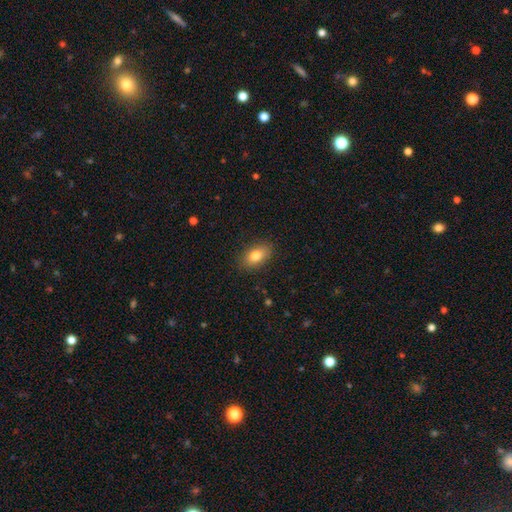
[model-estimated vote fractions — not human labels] A smooth galaxy with no disk features (80%) that is in between round and cigar-shaped (87%).

Vote fractions:
- Smooth or featured? smooth: 80% / featured or disk: 12% / star or artifact: 9%
- How rounded? in between: 87% / round: 11% / cigar-shaped: 2%
- Merging? none: 87% / minor disturbance: 9% / major disturbance: 2% / merger: 1%